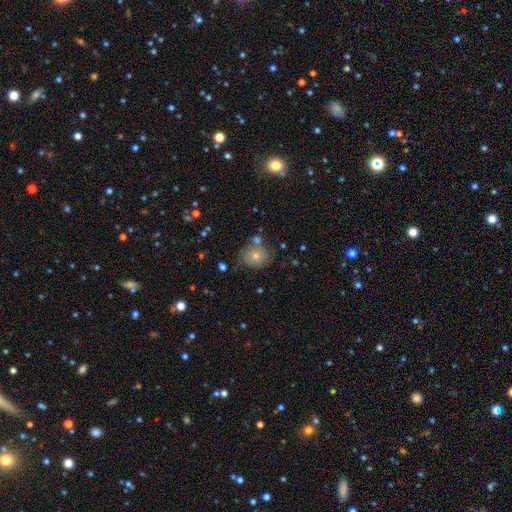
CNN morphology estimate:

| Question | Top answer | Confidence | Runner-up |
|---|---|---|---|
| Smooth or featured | smooth | 48% | featured or disk (32%) |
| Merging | none | 74% | minor disturbance (14%) |